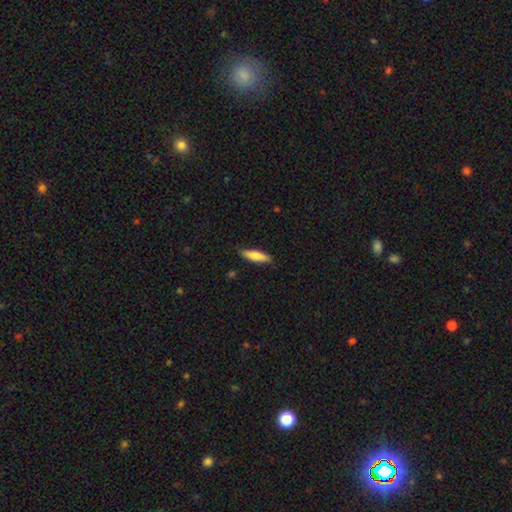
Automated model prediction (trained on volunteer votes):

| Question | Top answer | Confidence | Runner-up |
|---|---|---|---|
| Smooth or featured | smooth | 74% | featured or disk (21%) |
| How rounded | cigar-shaped | 71% | in between (28%) |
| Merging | none | 86% | minor disturbance (11%) |